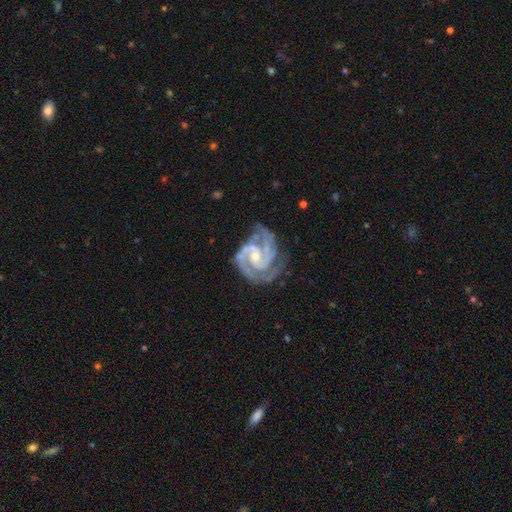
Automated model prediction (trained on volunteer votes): Smooth or featured? featured or disk (93%)
Edge-on disk? no (98%)
Bar? no (44%)
Spiral arms? yes (99%)
Spiral winding? tight (53%)
Spiral arm count? 2 (54%)
Bulge size? small (52%)
Merging? none (65%)